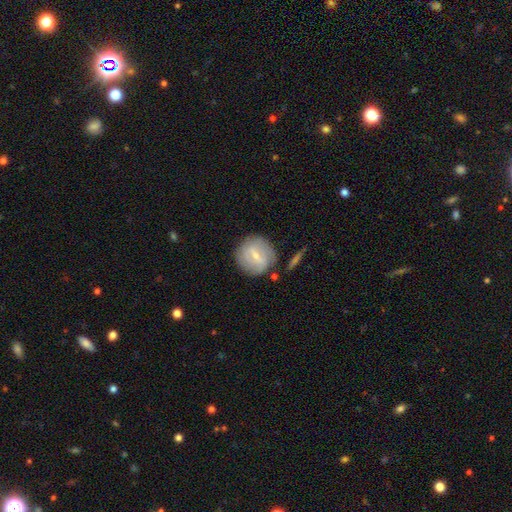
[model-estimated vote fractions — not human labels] Smooth or featured? featured or disk (52%)
Edge-on disk? no (92%)
Merging? none (73%)